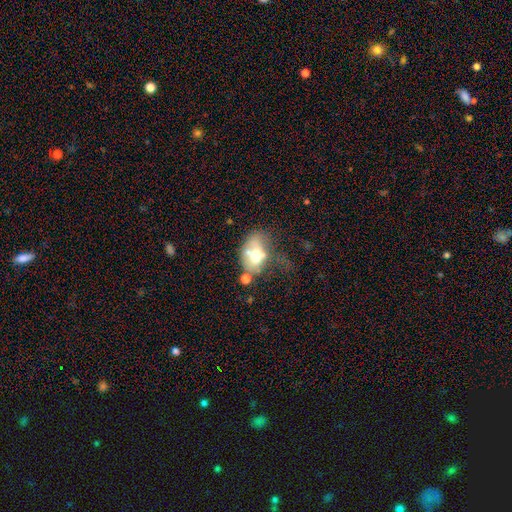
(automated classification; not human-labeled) Morphology: type=smooth (56%); roundness=in between (78%); merging=merger (28%).